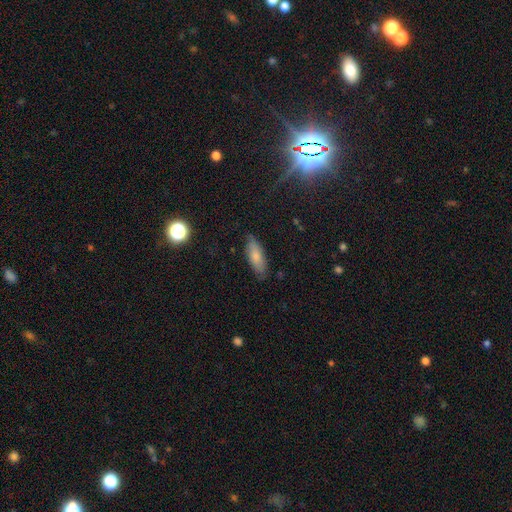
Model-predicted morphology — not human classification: The model was most divided on "how rounded": in between: 66%, cigar-shaped: 32%, round: 2%. More confident: merging — none (80%); smooth or featured — smooth (74%).